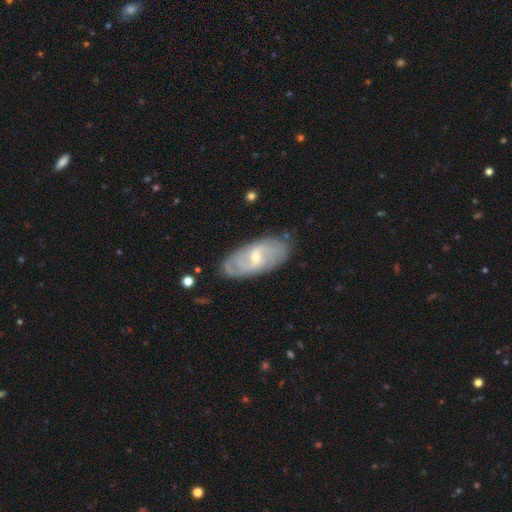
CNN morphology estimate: Q: Smooth or featured?
A: featured or disk (72%); runner-up: smooth (22%)
Q: Edge-on disk?
A: no (91%); runner-up: yes (9%)
Q: Bar?
A: weak (55%); runner-up: no (28%)
Q: Spiral arms?
A: yes (83%); runner-up: no (17%)
Q: Spiral winding?
A: tight (41%); runner-up: medium (37%)
Q: Spiral arm count?
A: 2 (44%); runner-up: can't tell (38%)
Q: Bulge size?
A: small (60%); runner-up: moderate (36%)
Q: Merging?
A: none (81%); runner-up: minor disturbance (15%)